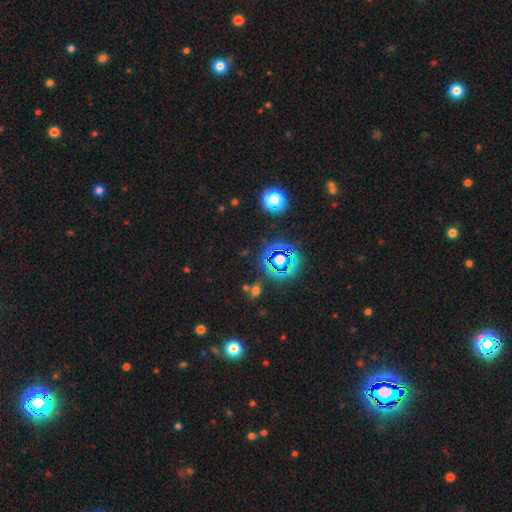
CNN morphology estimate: A star or artifact, not a galaxy (76%).

Vote fractions:
- Smooth or featured? star or artifact: 76% / smooth: 16% / featured or disk: 7%